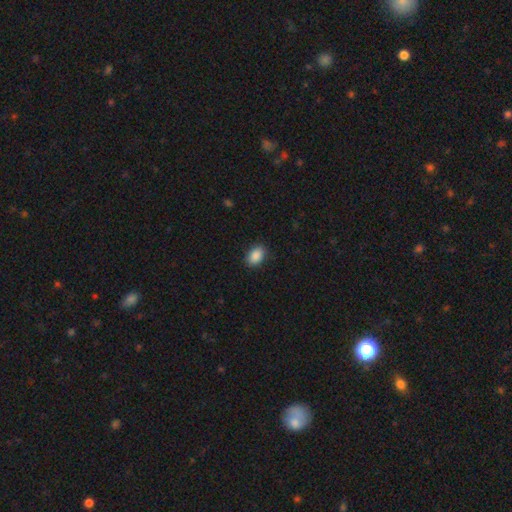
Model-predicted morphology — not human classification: Overall: smooth (89%). How rounded: in between (81%). Merging: none (87%).